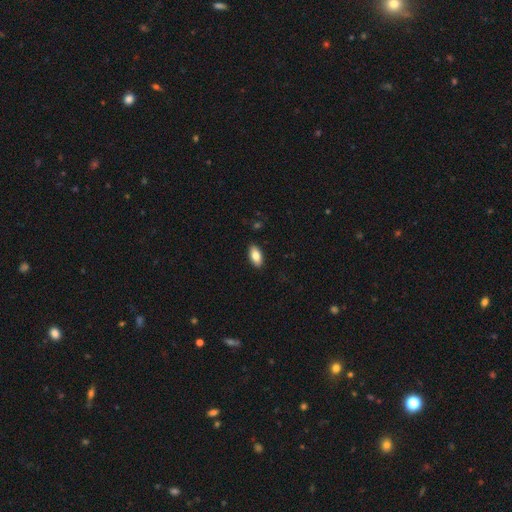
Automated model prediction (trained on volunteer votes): smooth 83%, featured or disk 10%, star or artifact 7%. Down the decision tree: how rounded — in between (91%); merging — none (89%).